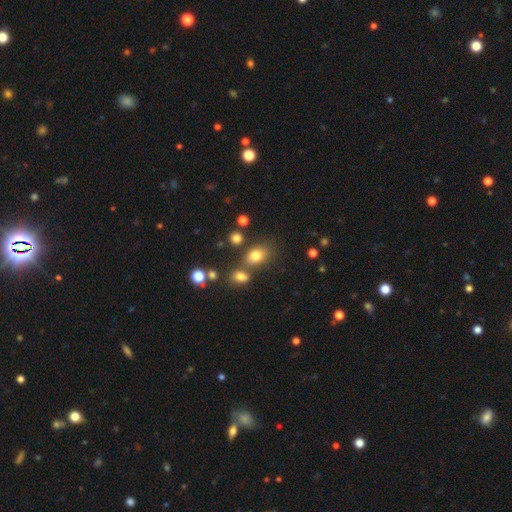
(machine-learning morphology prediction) Smooth or featured?
  - smooth: 77% *
  - star or artifact: 14%
  - featured or disk: 9%
How rounded?
  - in between: 63% *
  - round: 36%
  - cigar-shaped: 1%
Merging?
  - none: 65% *
  - merger: 17%
  - minor disturbance: 13%
  - major disturbance: 5%